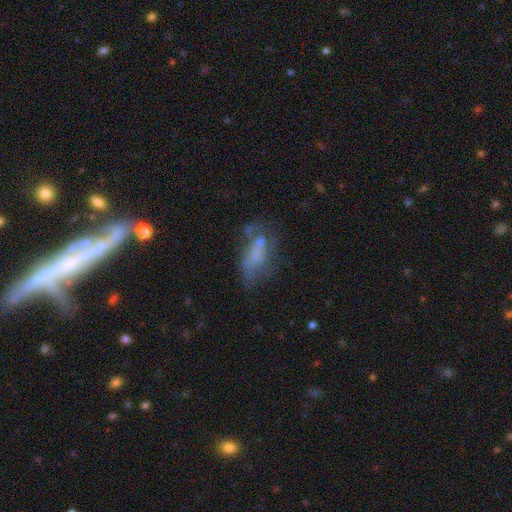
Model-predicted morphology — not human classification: A smooth galaxy with no disk features (47%).

Vote fractions:
- Smooth or featured? smooth: 47% / featured or disk: 39% / star or artifact: 14%
- Merging? none: 35% / major disturbance: 30% / minor disturbance: 23% / merger: 12%